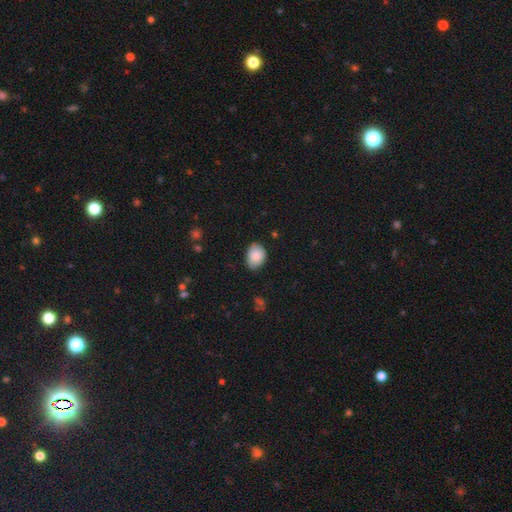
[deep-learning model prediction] smooth 87%, star or artifact 7%, featured or disk 6%. Down the decision tree: how rounded — in between (74%); merging — none (75%).